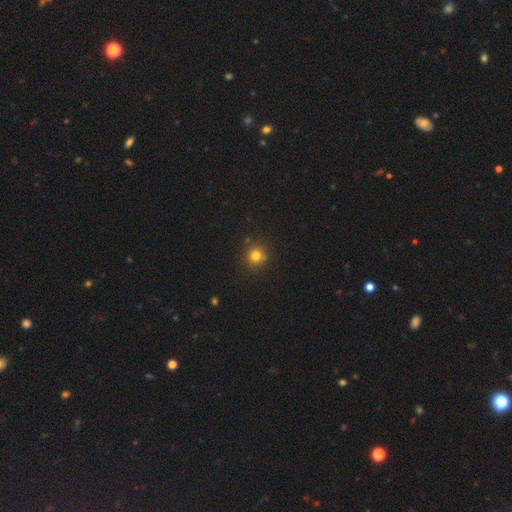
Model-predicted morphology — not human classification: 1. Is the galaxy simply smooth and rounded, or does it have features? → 79% smooth, 15% star or artifact, 6% featured or disk.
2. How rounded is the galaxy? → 91% round, 8% in between, 1% cigar-shaped.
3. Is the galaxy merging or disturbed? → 85% none, 9% minor disturbance, 3% merger, 2% major disturbance.